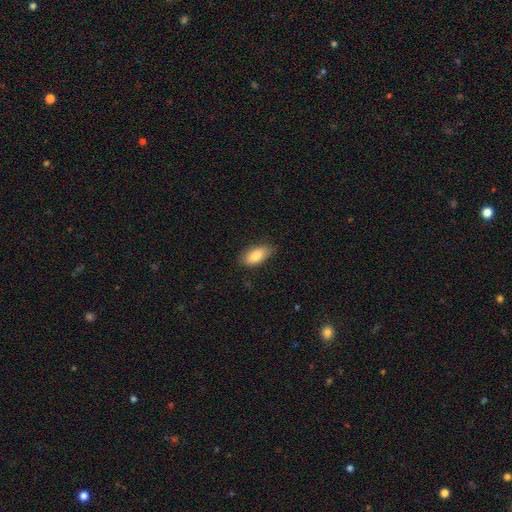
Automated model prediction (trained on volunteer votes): A smooth galaxy with no disk features (85%) that is in between round and cigar-shaped (88%).

Vote fractions:
- Smooth or featured? smooth: 85% / featured or disk: 9% / star or artifact: 6%
- How rounded? in between: 88% / cigar-shaped: 10% / round: 2%
- Merging? none: 81% / minor disturbance: 15% / major disturbance: 3% / merger: 1%